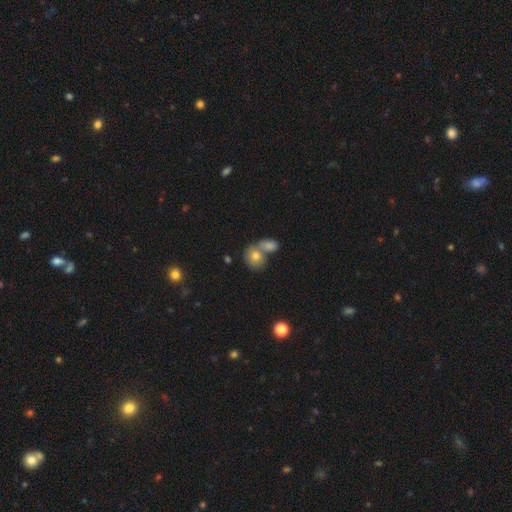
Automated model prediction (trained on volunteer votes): The model was most divided on "merging": merger: 53%, none: 35%, minor disturbance: 8%, major disturbance: 4%. More confident: smooth or featured — smooth (73%); how rounded — round (64%).